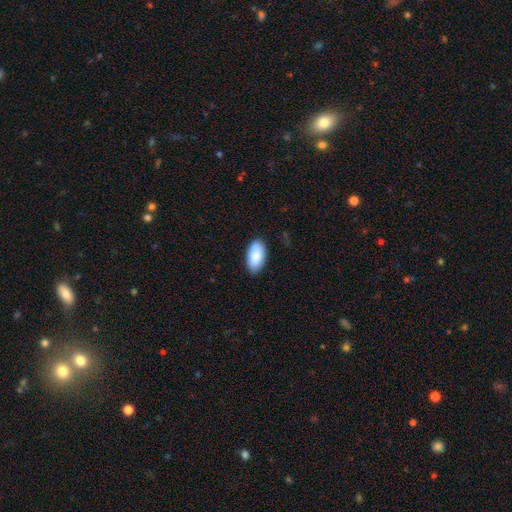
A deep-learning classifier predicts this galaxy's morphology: smooth-or-featured: smooth: 86% | featured or disk: 8% | star or artifact: 6%
  how-rounded: in between: 95% | cigar-shaped: 3% | round: 2%
  merging: none: 83% | minor disturbance: 14% | major disturbance: 2% | merger: 1%